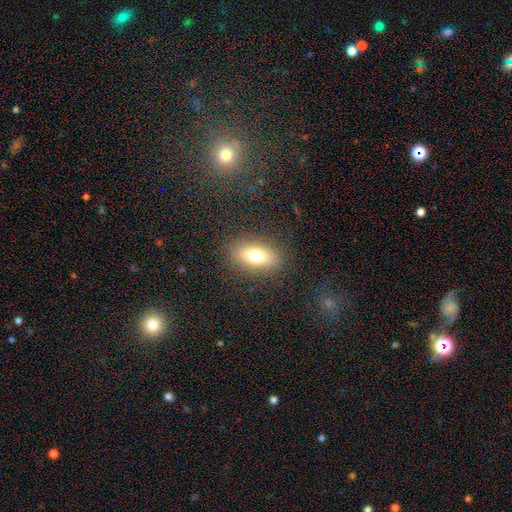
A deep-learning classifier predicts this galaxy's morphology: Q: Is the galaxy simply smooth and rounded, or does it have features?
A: smooth — 73%.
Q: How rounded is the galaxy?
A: in between — 81%.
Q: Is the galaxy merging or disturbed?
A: none — 86%.